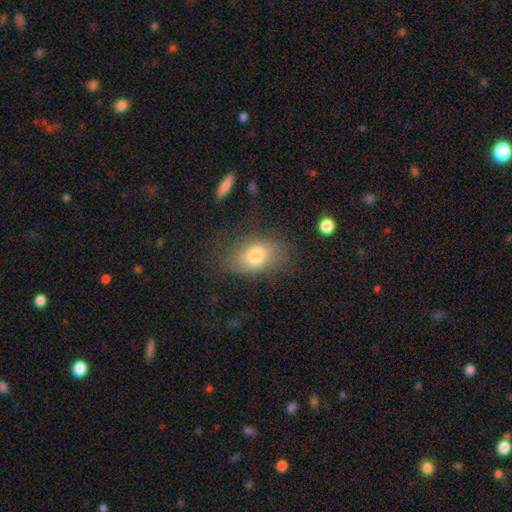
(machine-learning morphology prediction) Smooth or featured: smooth — 77% (featured or disk — 14%)
How rounded: in between — 83% (round — 15%)
Merging: none — 70% (minor disturbance — 19%)